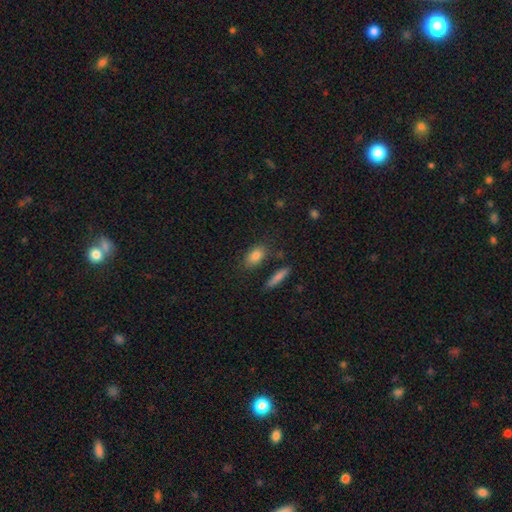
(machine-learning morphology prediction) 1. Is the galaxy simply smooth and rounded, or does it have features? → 82% smooth, 9% featured or disk, 9% star or artifact.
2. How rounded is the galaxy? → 81% in between, 10% round, 9% cigar-shaped.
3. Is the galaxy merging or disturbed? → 78% none, 13% minor disturbance, 5% merger, 4% major disturbance.